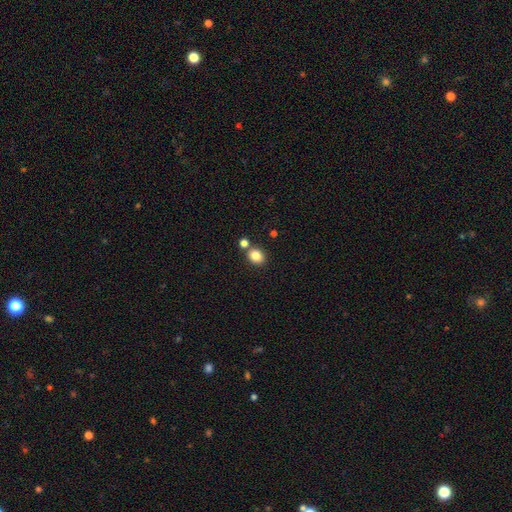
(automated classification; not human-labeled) Morphology: type=smooth (83%); roundness=round (54%); merging=none (74%).